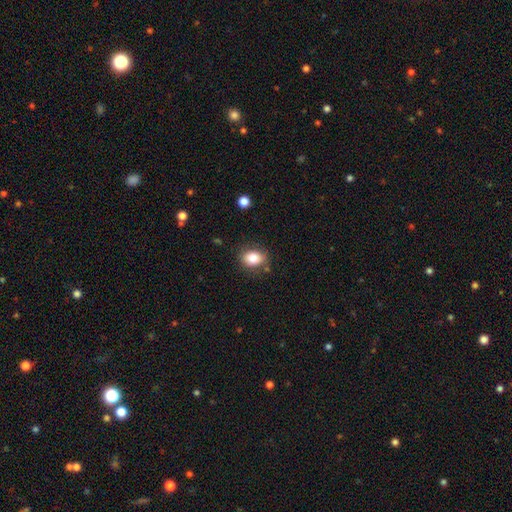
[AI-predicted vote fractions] Smooth or featured: smooth — 82% (star or artifact — 9%)
How rounded: in between — 59% (round — 40%)
Merging: none — 80% (minor disturbance — 14%)